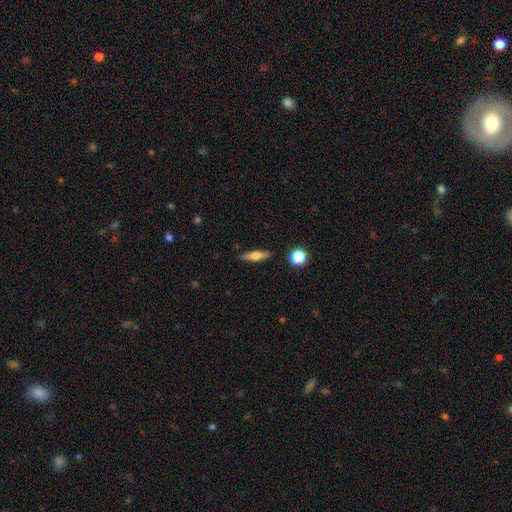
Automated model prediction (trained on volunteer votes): Smooth or featured? Predicted: smooth (p=0.60). How rounded? Predicted: cigar-shaped (p=0.64). Merging? Predicted: none (p=0.87).